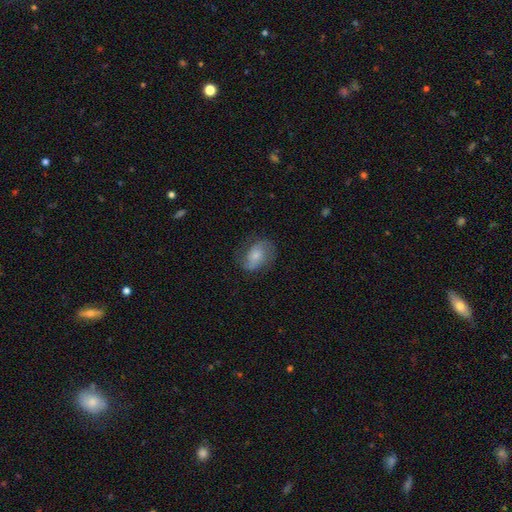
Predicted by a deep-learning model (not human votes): Smooth or featured?
  - featured or disk: 55% *
  - smooth: 38%
  - star or artifact: 8%
Edge-on disk?
  - no: 97% *
  - yes: 3%
Bar?
  - no: 58% *
  - weak: 33%
  - strong: 9%
Spiral arms?
  - yes: 88% *
  - no: 12%
Bulge size?
  - small: 45% *
  - moderate: 37%
  - none: 9%
  - large: 7%
  - dominant: 2%
Merging?
  - none: 68% *
  - minor disturbance: 20%
  - major disturbance: 10%
  - merger: 1%